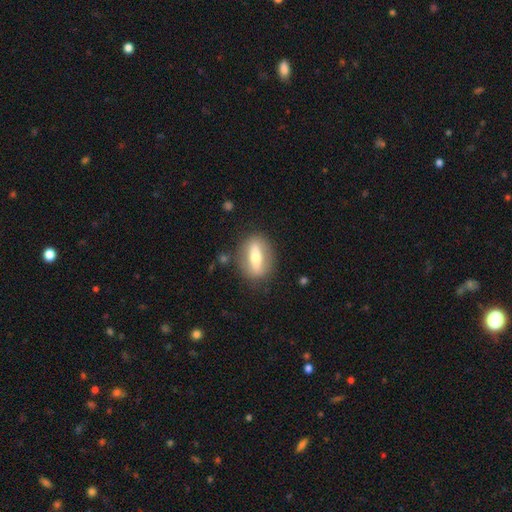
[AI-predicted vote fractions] Smooth or featured? Predicted: featured or disk (p=0.49). Merging? Predicted: none (p=0.83).